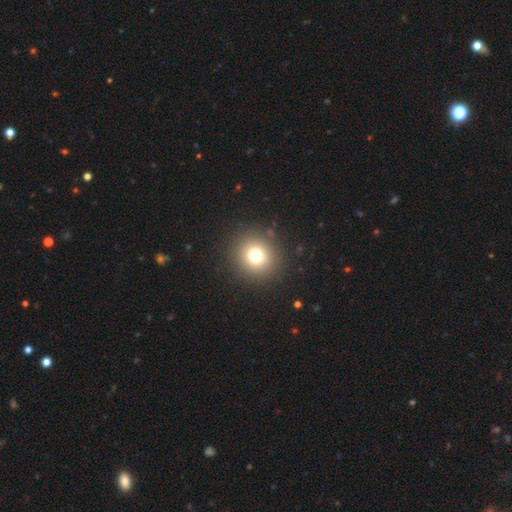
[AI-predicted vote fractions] This appears to be a smooth galaxy with no disk features (75%) that is round (91%). Merging: none (90%).